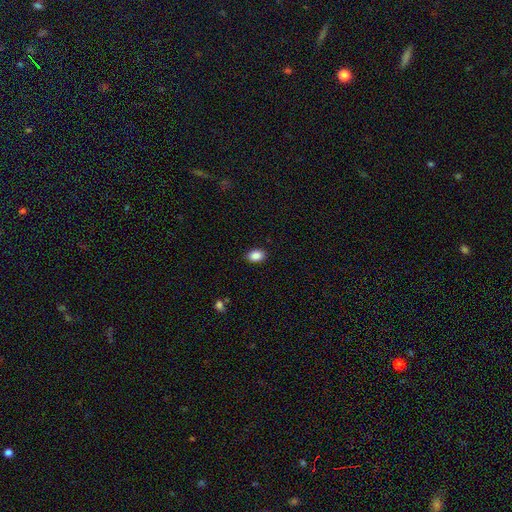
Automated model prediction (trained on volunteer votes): A smooth galaxy with no disk features (88%) that is in between round and cigar-shaped (77%).

Vote fractions:
- Smooth or featured? smooth: 88% / star or artifact: 8% / featured or disk: 4%
- How rounded? in between: 77% / round: 22% / cigar-shaped: 1%
- Merging? none: 89% / minor disturbance: 8% / major disturbance: 2% / merger: 1%